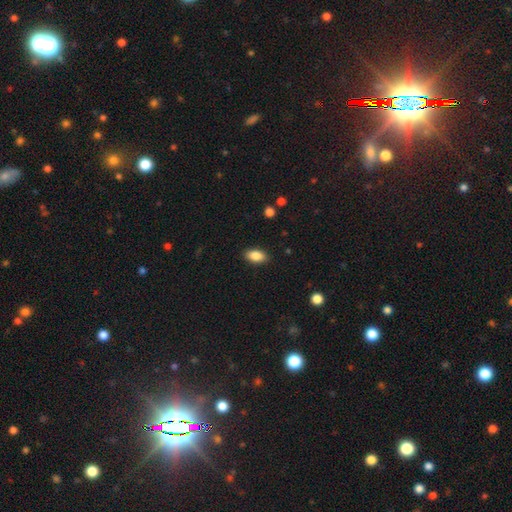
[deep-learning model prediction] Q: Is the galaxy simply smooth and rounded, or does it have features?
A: smooth — 87%.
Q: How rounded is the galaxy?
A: in between — 91%.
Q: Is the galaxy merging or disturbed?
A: none — 89%.